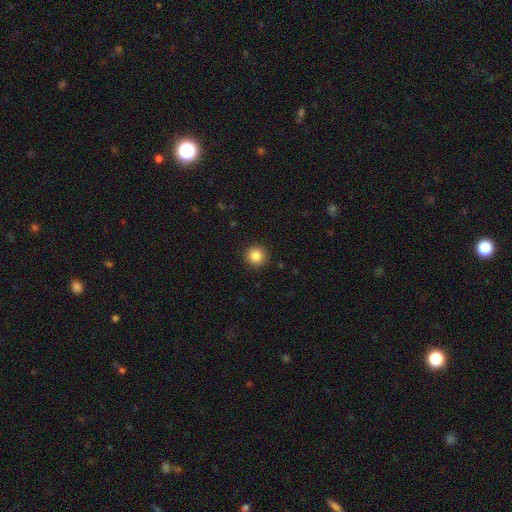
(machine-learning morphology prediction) smooth-or-featured: smooth: 85% | star or artifact: 10% | featured or disk: 5%
  how-rounded: round: 94% | in between: 5% | cigar-shaped: 1%
  merging: none: 92% | minor disturbance: 5% | major disturbance: 2% | merger: 1%